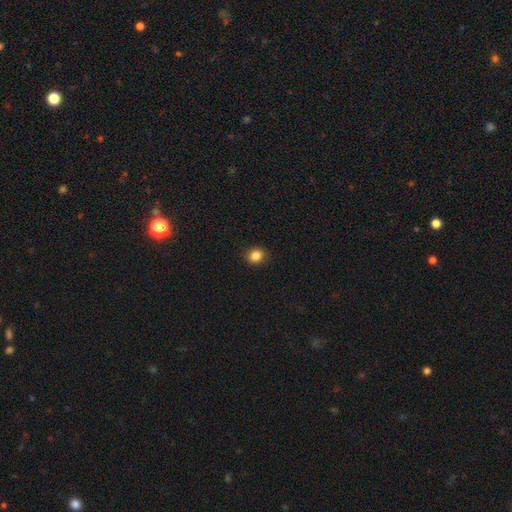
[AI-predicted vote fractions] Smooth or featured? smooth (85%)
How rounded? round (74%)
Merging? none (90%)